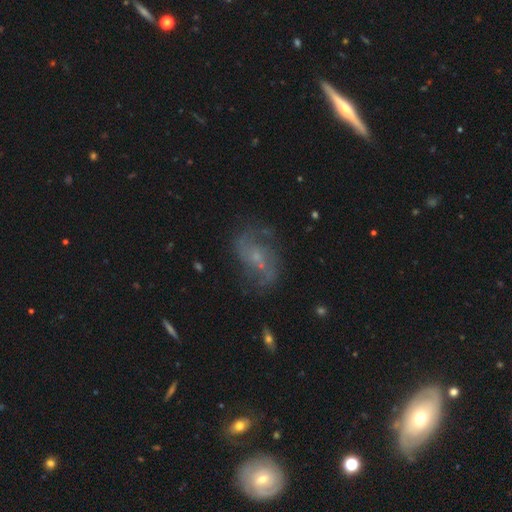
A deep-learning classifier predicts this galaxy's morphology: Smooth or featured: featured or disk — 74% (smooth — 15%)
Edge-on disk: no — 96% (yes — 4%)
Bar: no — 53% (weak — 38%)
Spiral arms: yes — 87% (no — 13%)
Spiral winding: loose — 46% (medium — 40%)
Spiral arm count: 2 — 78% (can't tell — 12%)
Bulge size: small — 66% (none — 16%)
Merging: none — 64% (minor disturbance — 18%)